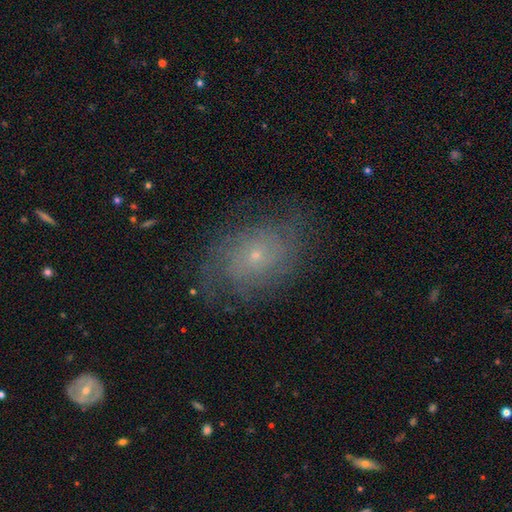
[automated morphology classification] This appears to be a featured or disk galaxy (60%) with no bar (82%), spiral arms (82%) and a small central bulge (79%). Merging: none (73%).